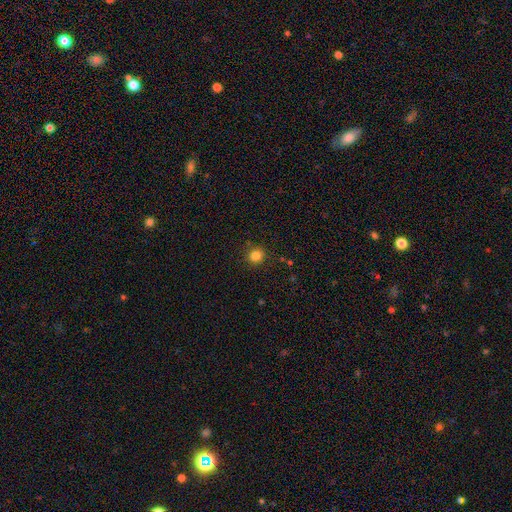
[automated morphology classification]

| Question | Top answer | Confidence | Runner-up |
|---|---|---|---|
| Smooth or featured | smooth | 83% | star or artifact (13%) |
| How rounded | round | 90% | in between (9%) |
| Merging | none | 88% | minor disturbance (7%) |